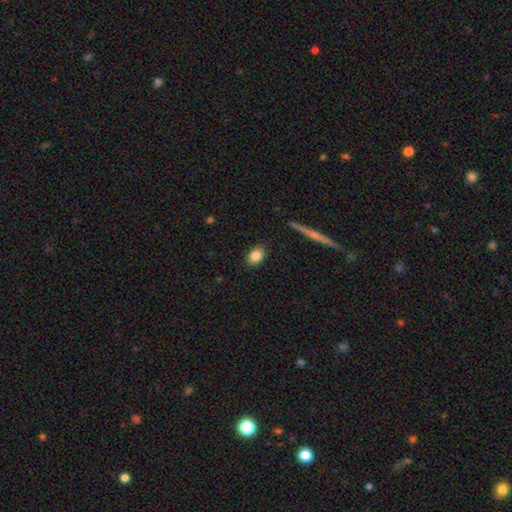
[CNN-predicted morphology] smooth-or-featured: smooth: 84% | star or artifact: 8% | featured or disk: 8%
  how-rounded: in between: 78% | round: 20% | cigar-shaped: 2%
  merging: none: 88% | minor disturbance: 9% | major disturbance: 2% | merger: 1%